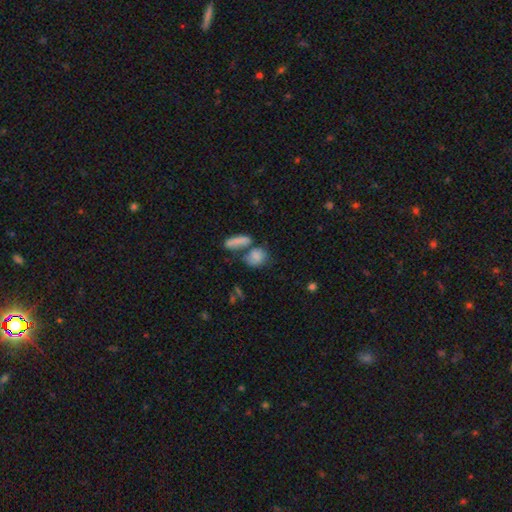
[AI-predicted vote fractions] Morphology: type=smooth (76%); roundness=round (47%); merging=none (45%).